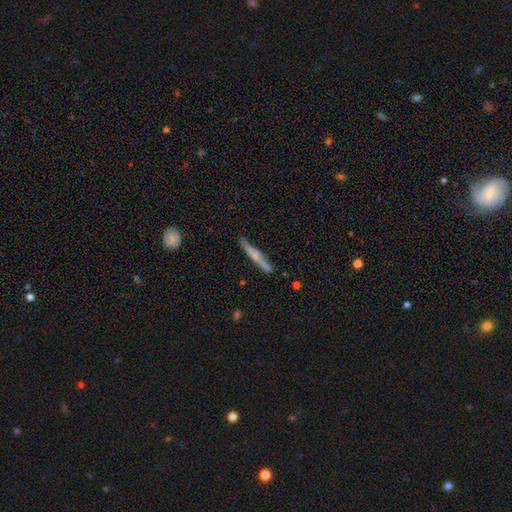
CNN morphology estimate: featured or disk 58%, smooth 35%, star or artifact 6%. Down the decision tree: edge-on disk — yes (95%); edge-on bulge — rounded (58%); merging — none (83%).